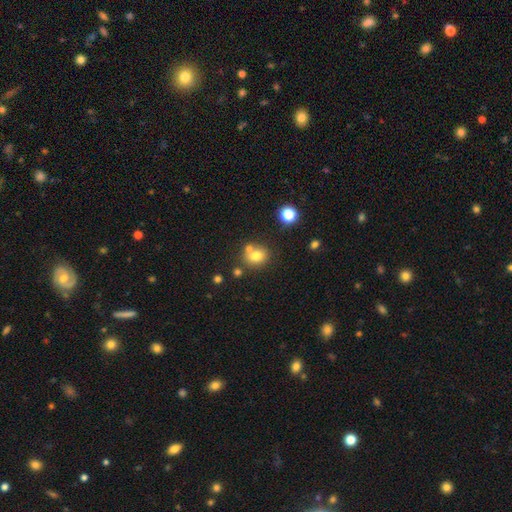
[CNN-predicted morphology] This appears to be a smooth galaxy with no disk features (76%) that is round (70%). Merging: none (60%).